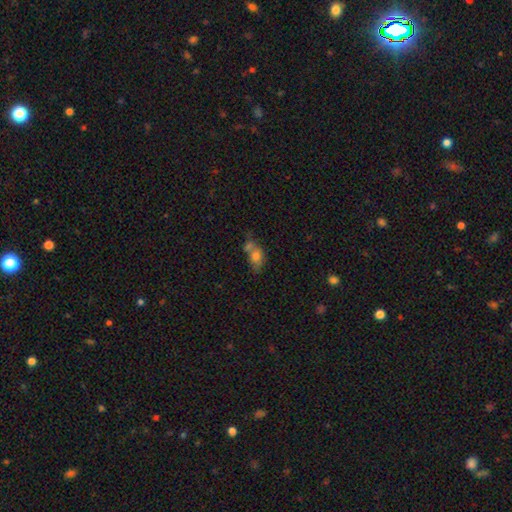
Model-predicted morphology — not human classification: Smooth or featured? Predicted: smooth (p=0.68). How rounded? Predicted: in between (p=0.75). Merging? Predicted: merger (p=0.44).